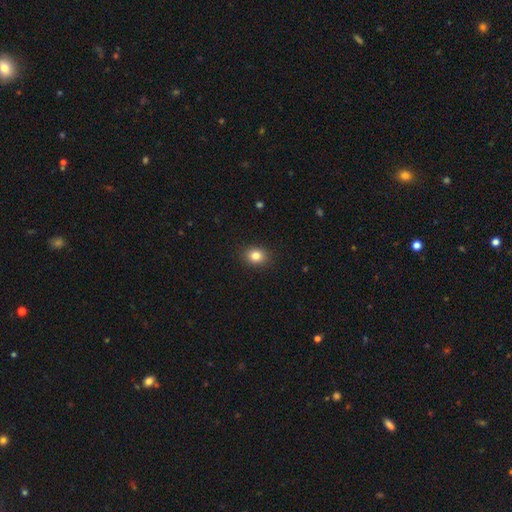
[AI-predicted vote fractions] smooth_or_featured: smooth (p=0.83) [alt: star or artifact p=0.10]
how_rounded: round (p=0.55) [alt: in between p=0.44]
merging: none (p=0.90) [alt: minor disturbance p=0.07]